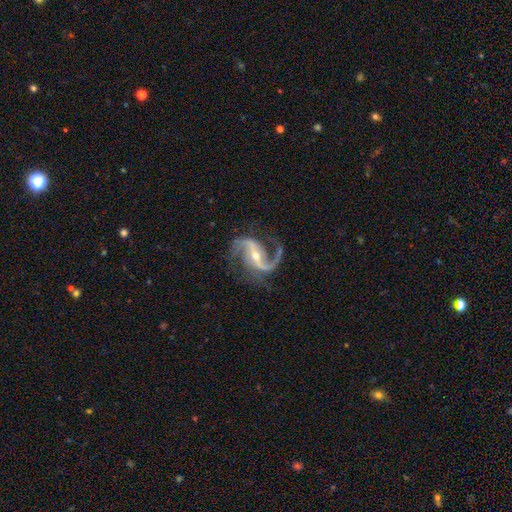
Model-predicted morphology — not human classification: Q: Smooth or featured?
A: featured or disk (93%); runner-up: star or artifact (5%)
Q: Edge-on disk?
A: no (98%); runner-up: yes (2%)
Q: Bar?
A: strong (48%); runner-up: weak (32%)
Q: Spiral arms?
A: yes (98%); runner-up: no (2%)
Q: Spiral winding?
A: loose (52%); runner-up: medium (40%)
Q: Spiral arm count?
A: 2 (90%); runner-up: 3 (3%)
Q: Bulge size?
A: small (54%); runner-up: moderate (43%)
Q: Merging?
A: none (73%); runner-up: minor disturbance (15%)